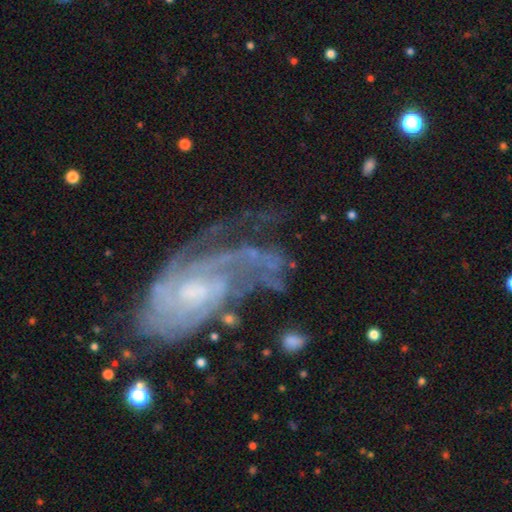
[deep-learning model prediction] A featured or disk galaxy (86%) with no bar (59%), 2 (26%, tied with can't tell) tight (49%) spiral arms (96%) and a small central bulge (47%).

Vote fractions:
- Smooth or featured? featured or disk: 86% / star or artifact: 7% / smooth: 7%
- Edge-on disk? no: 96% / yes: 4%
- Bar? no: 59% / weak: 32% / strong: 10%
- Spiral arms? yes: 96% / no: 4%
- Spiral winding? tight: 49% / medium: 37% / loose: 13%
- Spiral arm count? 2: 26% (tied) / can't tell: 26% (tied) / 3: 21% / 4: 11% / 1: 8% / more than 4: 8%
- Bulge size? small: 47% / moderate: 32% / none: 14% / large: 6% / dominant: 2%
- Merging? none: 51% / major disturbance: 24% / minor disturbance: 20% / merger: 4%